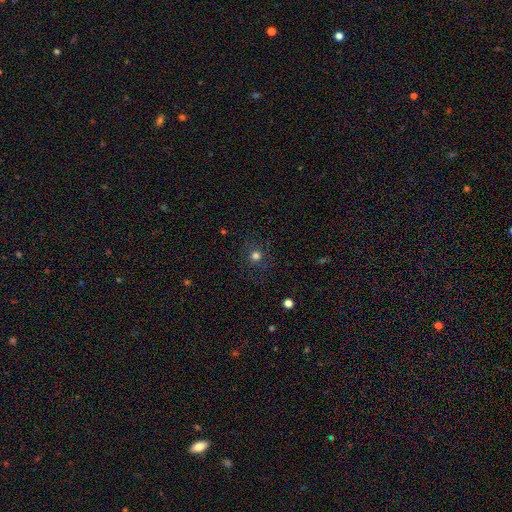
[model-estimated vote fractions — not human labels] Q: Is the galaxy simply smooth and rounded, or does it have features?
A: smooth — 71%.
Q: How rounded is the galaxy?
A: round — 92%.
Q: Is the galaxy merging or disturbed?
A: none — 84%.